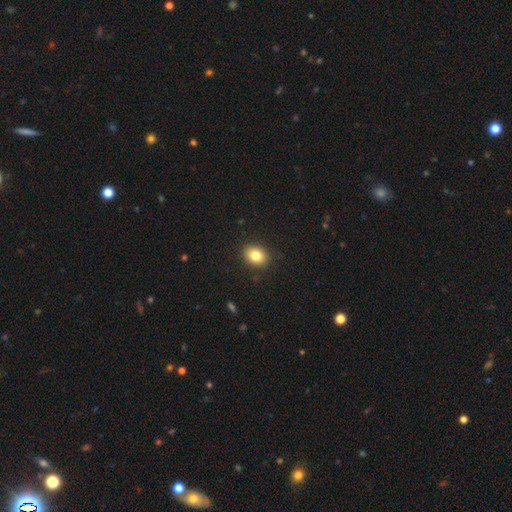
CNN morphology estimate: A smooth galaxy with no disk features (82%) that is in between round and cigar-shaped (62%). Merging: none (89%).